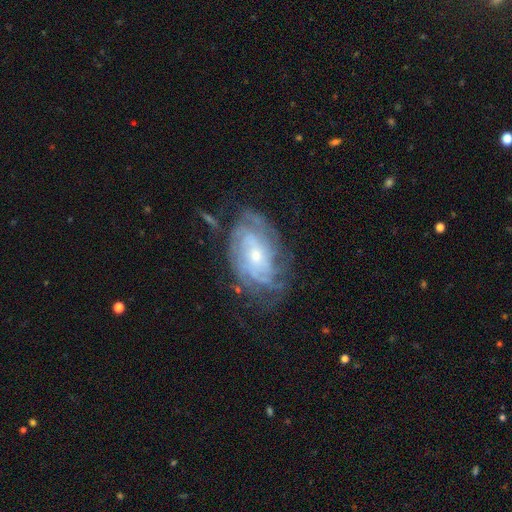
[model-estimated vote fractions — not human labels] Smooth or featured?
  - featured or disk: 84% *
  - smooth: 10%
  - star or artifact: 6%
Edge-on disk?
  - no: 96% *
  - yes: 4%
Bar?
  - no: 69% *
  - weak: 24%
  - strong: 6%
Spiral arms?
  - yes: 93% *
  - no: 7%
Spiral winding?
  - tight: 69% *
  - medium: 24%
  - loose: 7%
Spiral arm count?
  - can't tell: 41% *
  - 4: 20%
  - 3: 13%
  - 2: 11%
  - more than 4: 10%
  - 1: 5%
Bulge size?
  - small: 71% *
  - moderate: 25%
  - large: 2%
  - none: 1%
  - dominant: 1%
Merging?
  - none: 68% *
  - minor disturbance: 20%
  - major disturbance: 10%
  - merger: 2%